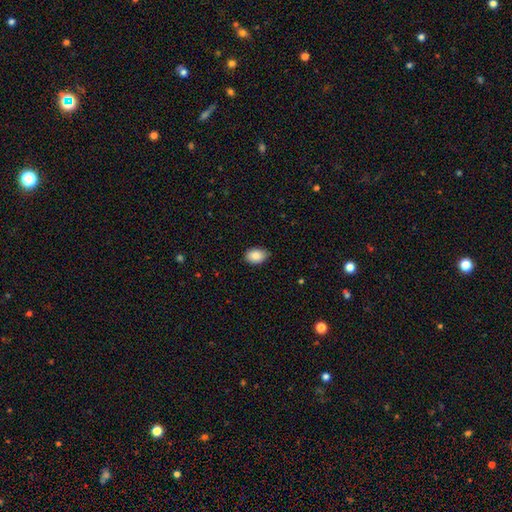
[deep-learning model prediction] Smooth or featured? smooth (87%)
How rounded? in between (81%)
Merging? none (81%)